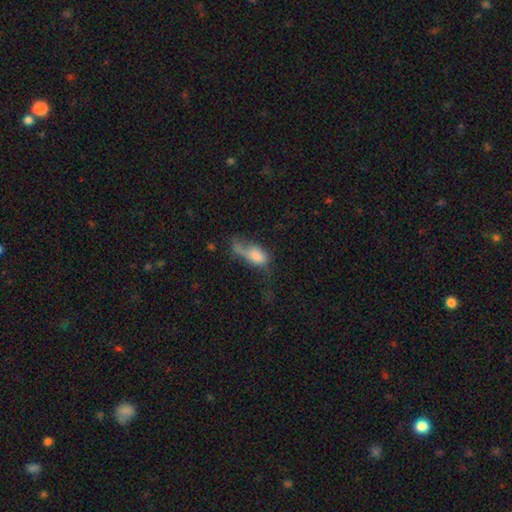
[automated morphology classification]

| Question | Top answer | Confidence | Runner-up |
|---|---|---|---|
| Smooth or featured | smooth | 65% | featured or disk (25%) |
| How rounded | in between | 81% | cigar-shaped (10%) |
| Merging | major disturbance | 48% | minor disturbance (21%) |